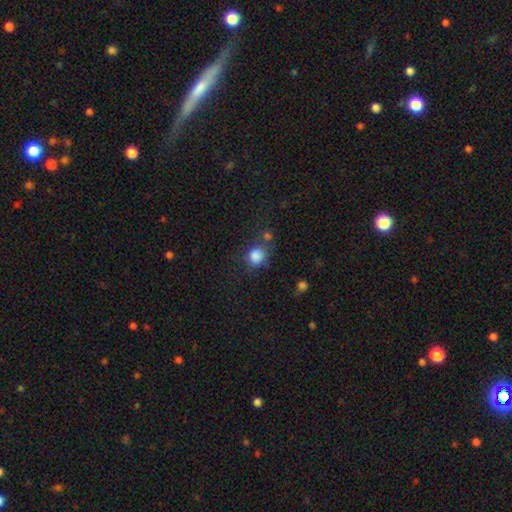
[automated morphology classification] This is clearly a smooth galaxy (85%). How rounded: likely round (78%). Merging: likely none (65%).